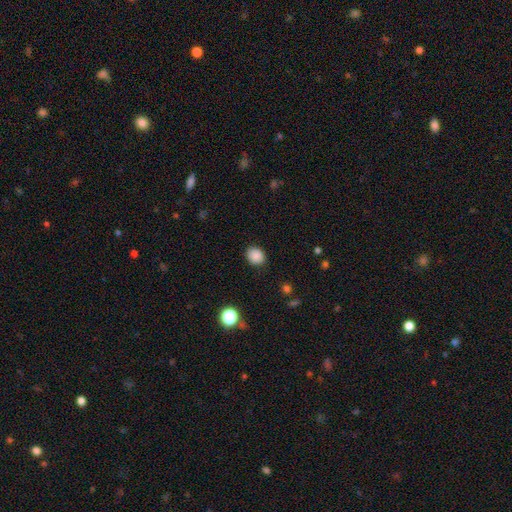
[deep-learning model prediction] A smooth galaxy with no disk features (87%) that is round (64%). Merging: none (88%).